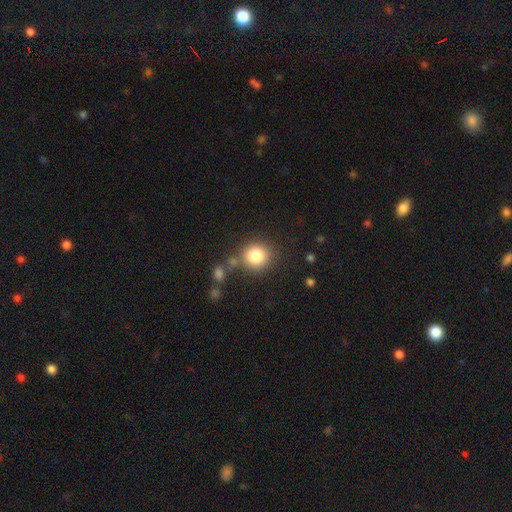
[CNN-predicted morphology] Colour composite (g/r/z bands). It shows a smooth galaxy with no disk features (82%) that is round (85%). Merging: none (76%).